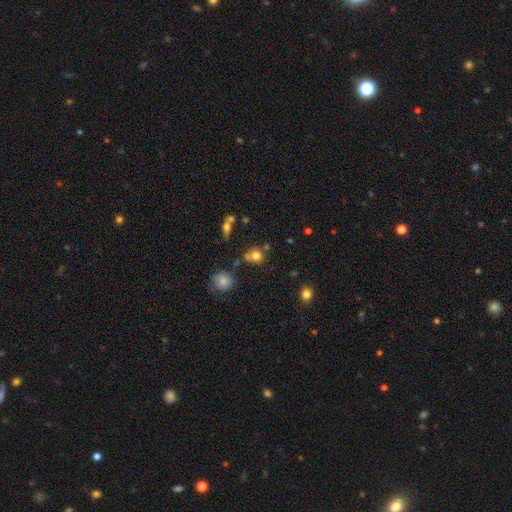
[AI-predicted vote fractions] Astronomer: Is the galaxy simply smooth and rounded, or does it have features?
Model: smooth — 75%.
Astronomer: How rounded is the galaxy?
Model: round — 78%.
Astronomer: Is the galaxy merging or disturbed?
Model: none — 54%.